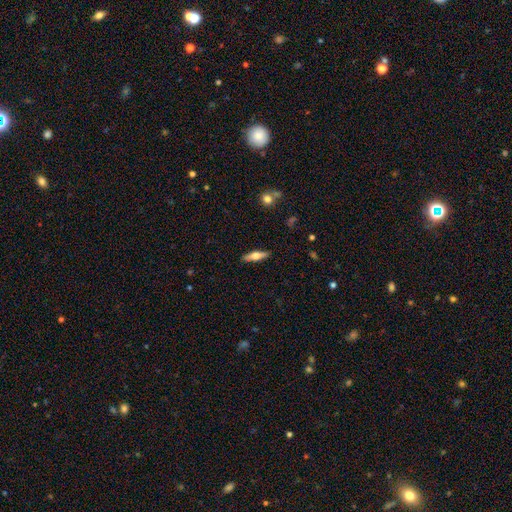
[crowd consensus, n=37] smooth-or-featured: smooth: 49% (tied) | featured or disk: 49% (tied) | star or artifact: 3%
  how-rounded: cigar-shaped: 61% | in between: 39% | round: 0%
  merging: none: 89% | minor disturbance: 6% | major disturbance: 3% | merger: 3%